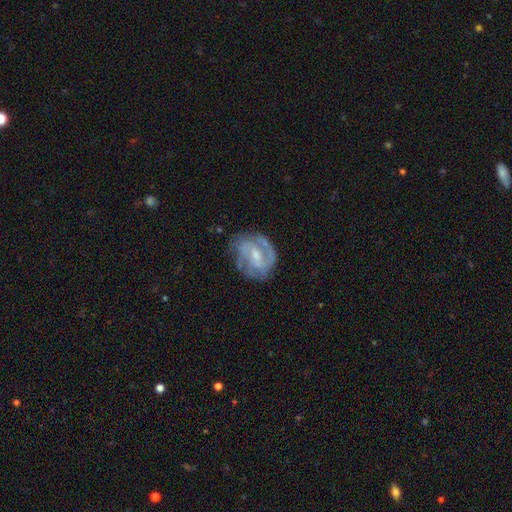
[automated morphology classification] Overall: featured or disk (80%). Edge-on disk: no (98%). Bar: weak (54%; no 25%). Spiral arms: yes (88%). Spiral arm count: 2 (49%; can't tell 23%). Spiral winding: medium (44%; tight 41%). Bulge size: small (46%; moderate 41%). Merging: none (65%).